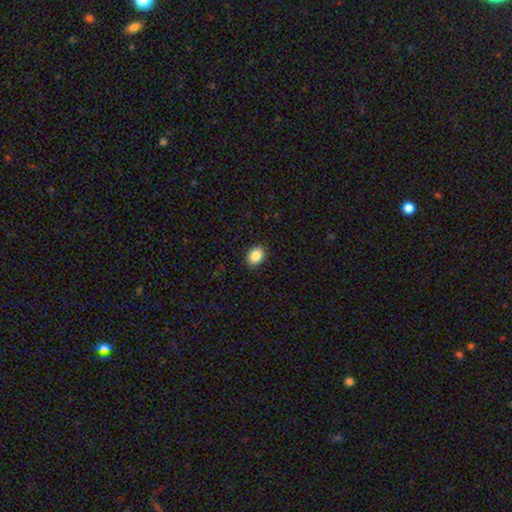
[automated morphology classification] Smooth or featured? smooth (87%)
How rounded? in between (69%)
Merging? none (90%)